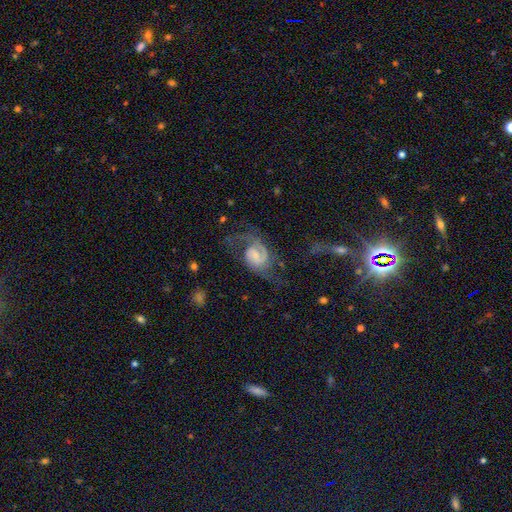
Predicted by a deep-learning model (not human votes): Morphology: type=featured or disk (80%); edge-on=no (98%); bar=weak (48%); spiral arms=yes (94%); winding=medium (49%); arm count=2 (79%); bulge=small (44%); merging=none (49%).